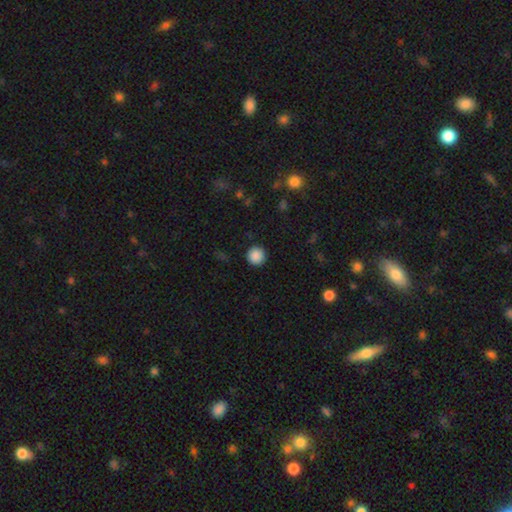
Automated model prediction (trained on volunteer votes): smooth-or-featured: smooth: 88% | star or artifact: 9% | featured or disk: 3%
  how-rounded: round: 96% | in between: 4% | cigar-shaped: 1%
  merging: none: 92% | minor disturbance: 5% | major disturbance: 2% | merger: 1%